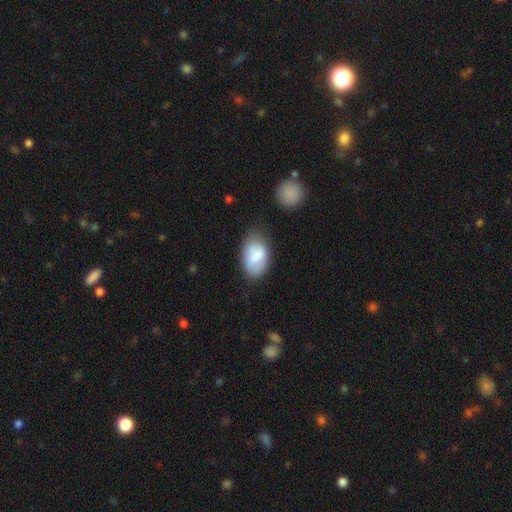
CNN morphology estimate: smooth 78%, featured or disk 16%, star or artifact 7%. Down the decision tree: how rounded — in between (90%); merging — none (59%).